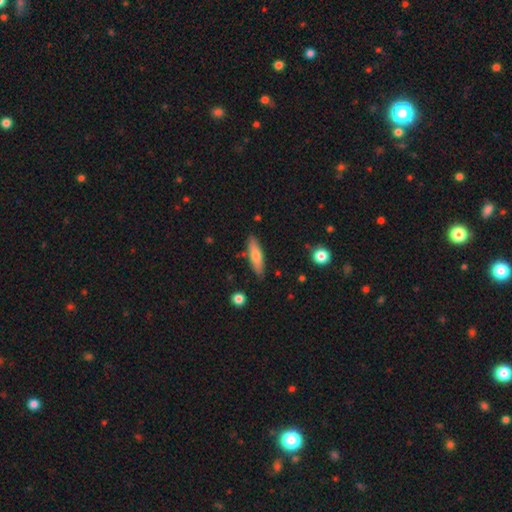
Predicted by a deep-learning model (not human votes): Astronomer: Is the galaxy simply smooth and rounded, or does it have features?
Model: smooth — 67%.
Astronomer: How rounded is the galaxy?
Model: cigar-shaped — 62%.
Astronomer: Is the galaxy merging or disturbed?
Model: none — 84%.